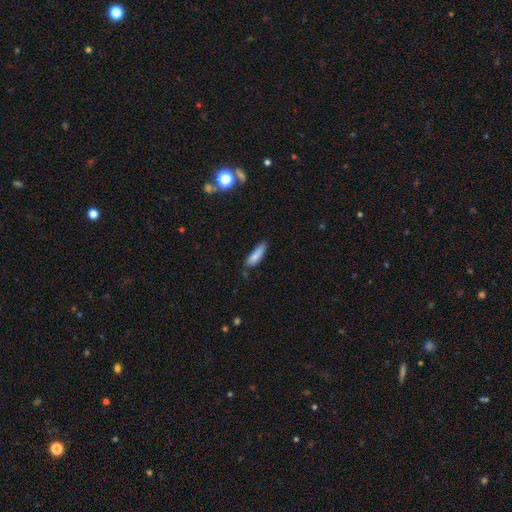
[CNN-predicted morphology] Overall: smooth (81%). How rounded: cigar-shaped (53%; in between 45%). Merging: none (66%).